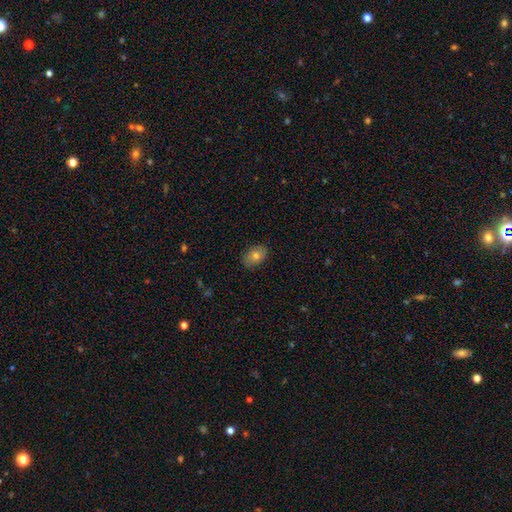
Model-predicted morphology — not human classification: Smooth or featured: smooth — 76% (featured or disk — 15%)
How rounded: in between — 82% (round — 16%)
Merging: none — 85% (minor disturbance — 12%)